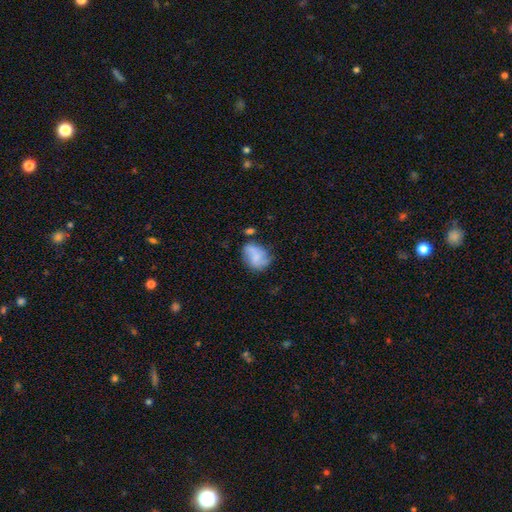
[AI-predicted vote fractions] Morphology: type=smooth (56%); roundness=in between (56%); merging=none (49%).